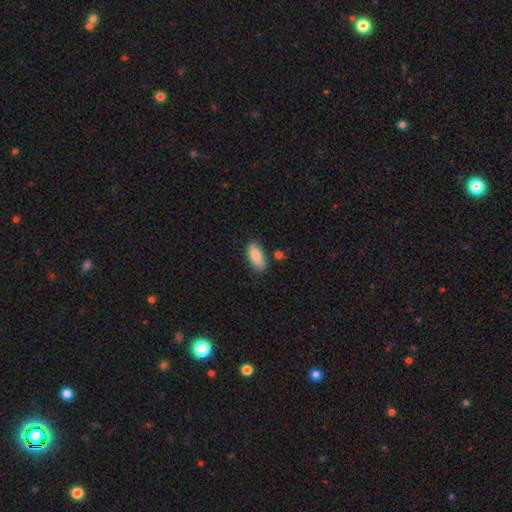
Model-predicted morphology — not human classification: smooth 86%, featured or disk 8%, star or artifact 6%. Down the decision tree: how rounded — in between (85%); merging — none (82%).